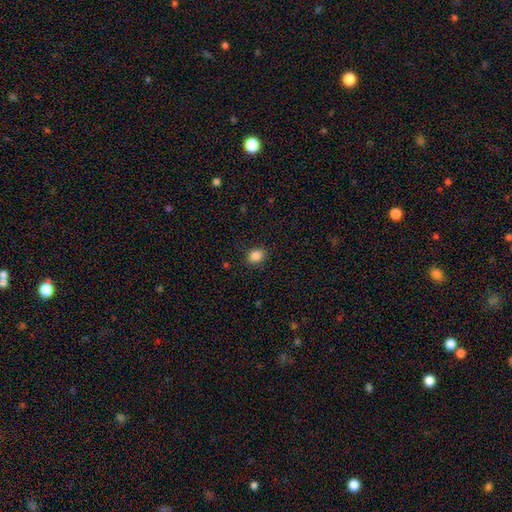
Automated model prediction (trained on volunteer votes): Smooth or featured?
  - smooth: 86% *
  - star or artifact: 10%
  - featured or disk: 4%
How rounded?
  - round: 51% *
  - in between: 48%
  - cigar-shaped: 1%
Merging?
  - none: 87% *
  - minor disturbance: 9%
  - major disturbance: 3%
  - merger: 1%